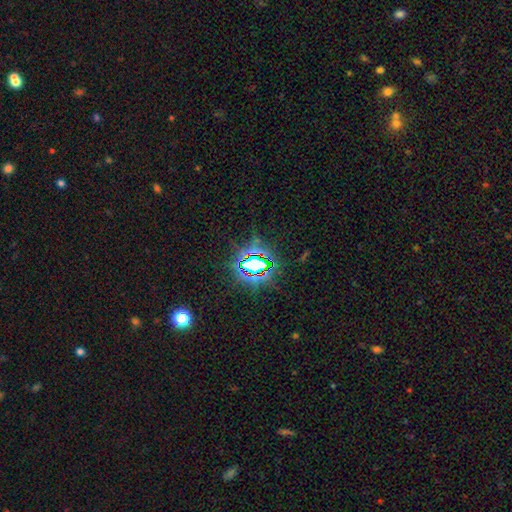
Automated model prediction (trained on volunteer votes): smooth_or_featured: star or artifact (p=0.81) [alt: smooth p=0.11]